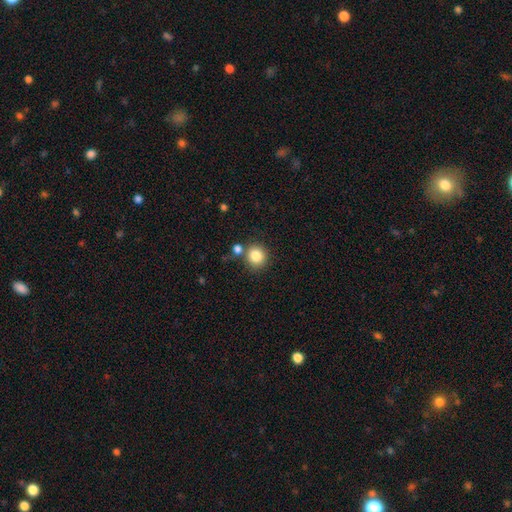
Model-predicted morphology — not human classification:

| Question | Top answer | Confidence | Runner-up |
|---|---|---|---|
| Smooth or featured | smooth | 84% | star or artifact (10%) |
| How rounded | round | 88% | in between (11%) |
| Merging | none | 74% | merger (13%) |